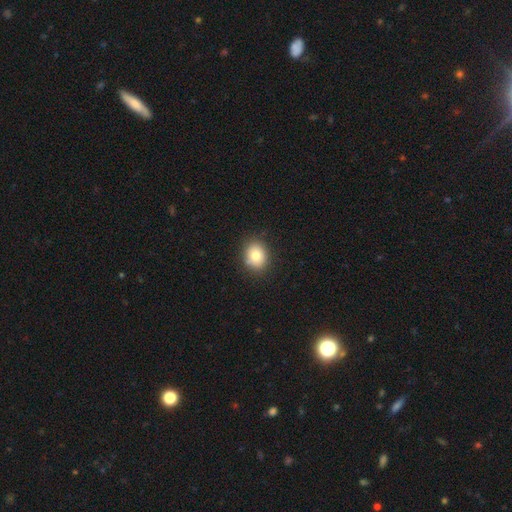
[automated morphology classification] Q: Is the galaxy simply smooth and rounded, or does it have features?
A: smooth — 80%.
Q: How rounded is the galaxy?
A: round — 56%.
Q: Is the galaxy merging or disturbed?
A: none — 86%.